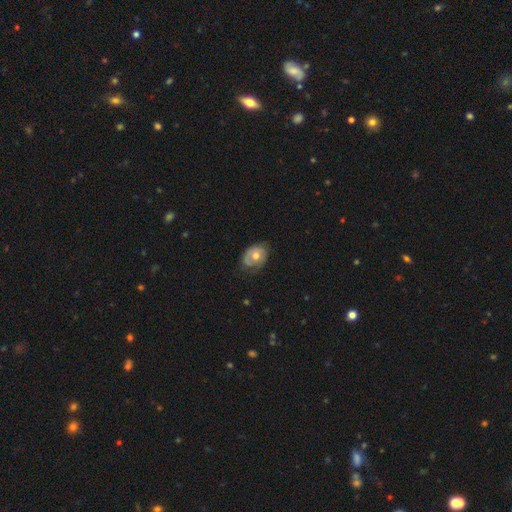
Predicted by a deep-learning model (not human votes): smooth 50%, featured or disk 43%, star or artifact 7%. Down the decision tree: how rounded — in between (67%); merging — none (64%).